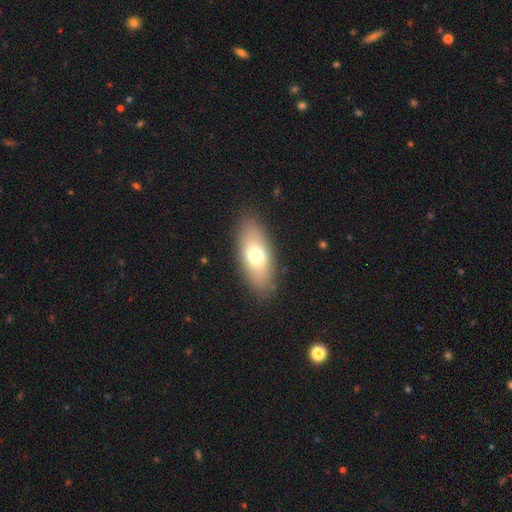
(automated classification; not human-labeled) Smooth or featured: smooth — 70% (featured or disk — 22%)
How rounded: in between — 83% (cigar-shaped — 13%)
Merging: none — 86% (minor disturbance — 9%)